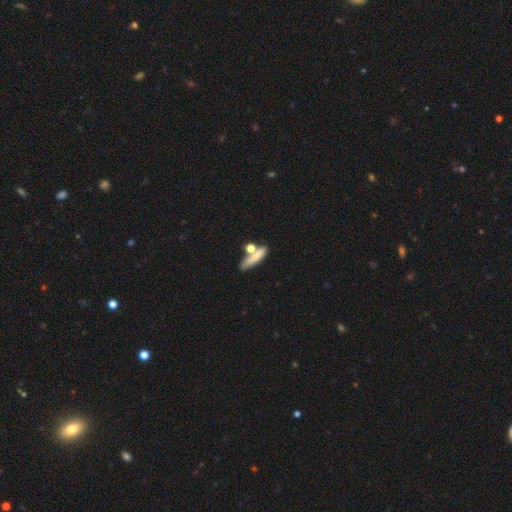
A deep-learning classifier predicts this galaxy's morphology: Smooth or featured? Predicted: smooth (p=0.70). How rounded? Predicted: cigar-shaped (p=0.63). Merging? Predicted: none (p=0.52).